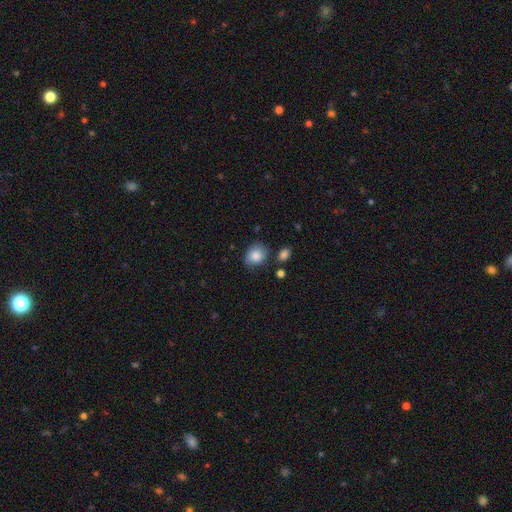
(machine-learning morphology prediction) Q: Smooth or featured?
A: smooth (82%); runner-up: featured or disk (9%)
Q: How rounded?
A: round (61%); runner-up: in between (38%)
Q: Merging?
A: none (69%); runner-up: minor disturbance (21%)